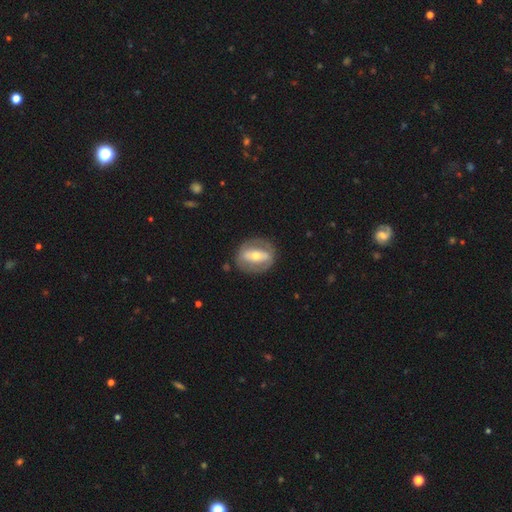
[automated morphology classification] featured or disk 66%, smooth 29%, star or artifact 5%. Down the decision tree: edge-on disk — no (91%); bar — strong (57%); spiral arms — no (62%); bulge size — moderate (59%); merging — none (80%).